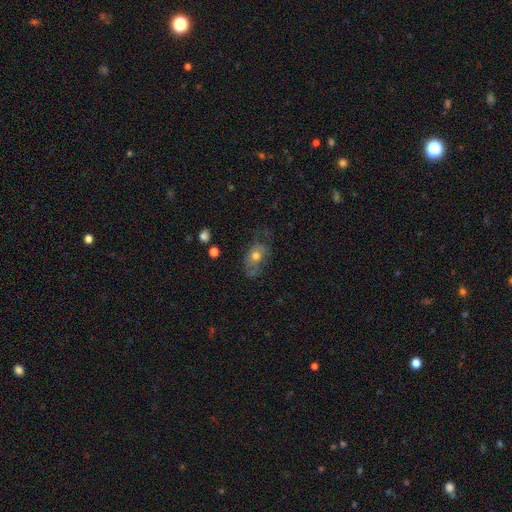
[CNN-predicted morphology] smooth 55%, featured or disk 35%, star or artifact 10%. Down the decision tree: how rounded — in between (81%); merging — none (49%).